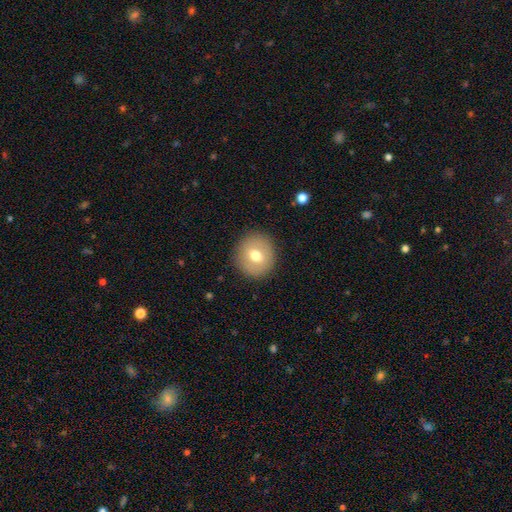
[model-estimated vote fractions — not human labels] Morphology: type=smooth (68%); roundness=round (87%); merging=none (89%).